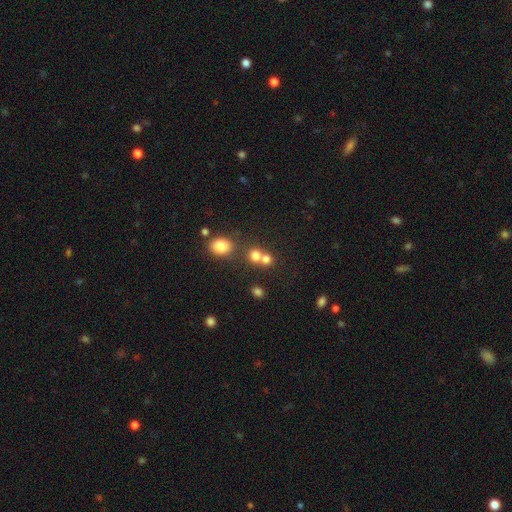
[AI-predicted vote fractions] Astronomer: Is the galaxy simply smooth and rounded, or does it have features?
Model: smooth — 75%.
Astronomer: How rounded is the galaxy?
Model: round — 81%.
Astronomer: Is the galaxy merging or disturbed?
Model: merger — 47% (runner-up: none, 43%).